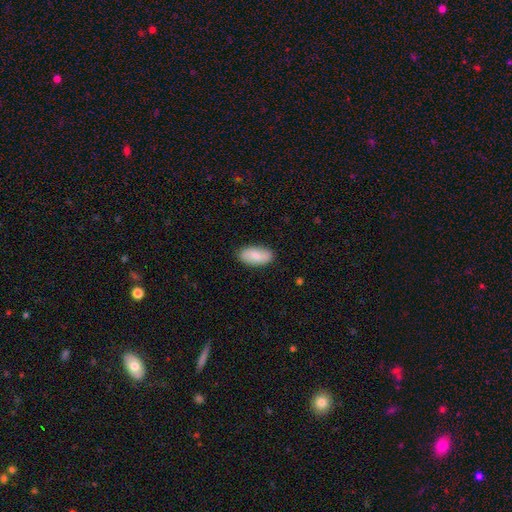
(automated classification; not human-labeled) A smooth galaxy with no disk features (75%) that is in between round and cigar-shaped (93%). Merging: none (86%).